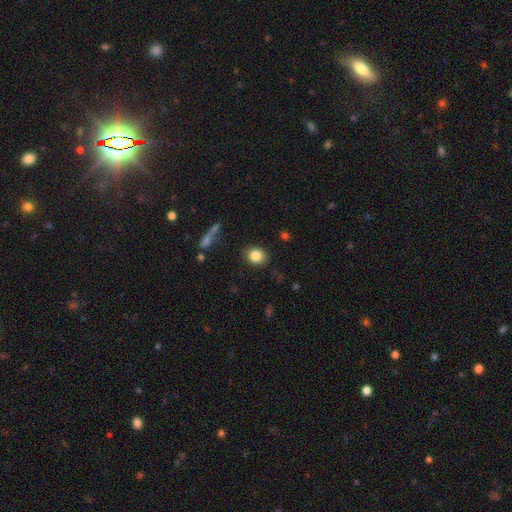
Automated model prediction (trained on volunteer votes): smooth_or_featured: smooth (p=0.84) [alt: star or artifact p=0.09]
how_rounded: round (p=0.67) [alt: in between p=0.32]
merging: none (p=0.88) [alt: minor disturbance p=0.08]